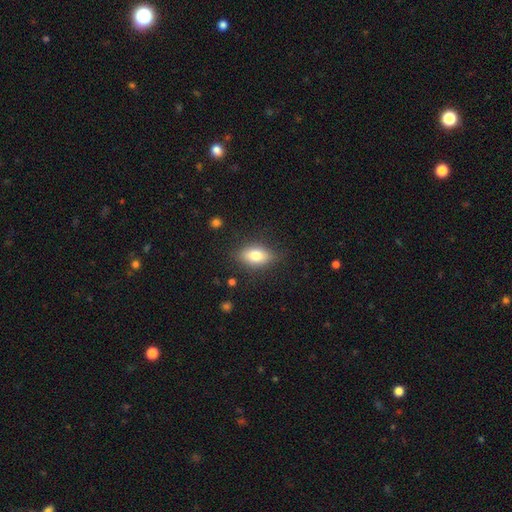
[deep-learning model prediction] Smooth or featured: smooth — 75% (featured or disk — 17%)
How rounded: in between — 85% (round — 9%)
Merging: none — 81% (minor disturbance — 14%)